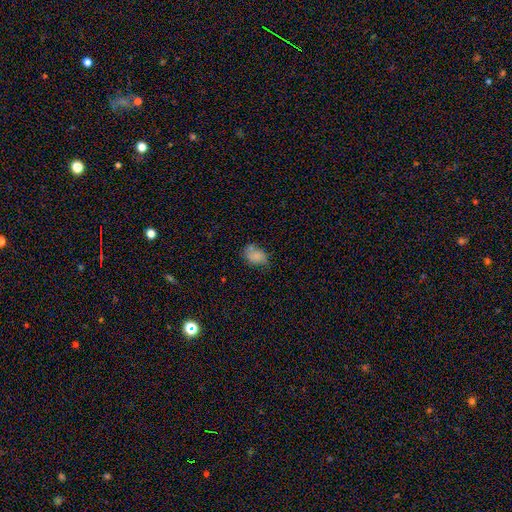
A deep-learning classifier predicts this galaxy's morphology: Smooth or featured?
  - smooth: 73% *
  - featured or disk: 16%
  - star or artifact: 11%
How rounded?
  - in between: 73% *
  - round: 25%
  - cigar-shaped: 1%
Merging?
  - none: 50% *
  - minor disturbance: 30%
  - major disturbance: 11%
  - merger: 9%